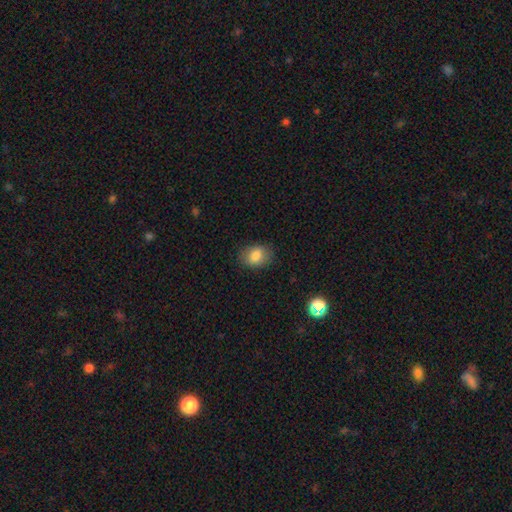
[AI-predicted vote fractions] Q: Smooth or featured?
A: smooth (83%); runner-up: star or artifact (9%)
Q: How rounded?
A: in between (72%); runner-up: round (27%)
Q: Merging?
A: none (81%); runner-up: minor disturbance (14%)